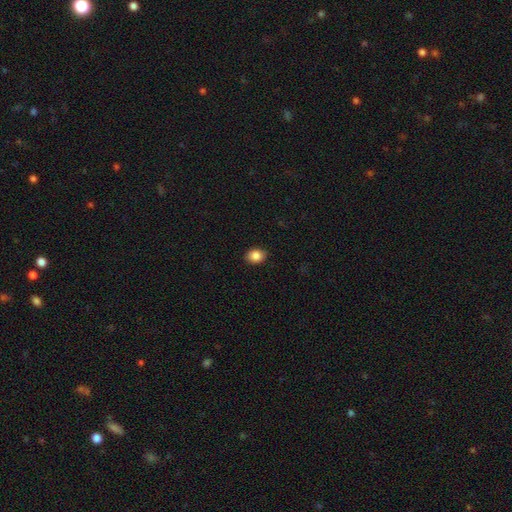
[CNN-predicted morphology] smooth_or_featured: smooth (p=0.87) [alt: star or artifact p=0.09]
how_rounded: in between (p=0.54) [alt: round p=0.45]
merging: none (p=0.90) [alt: minor disturbance p=0.07]